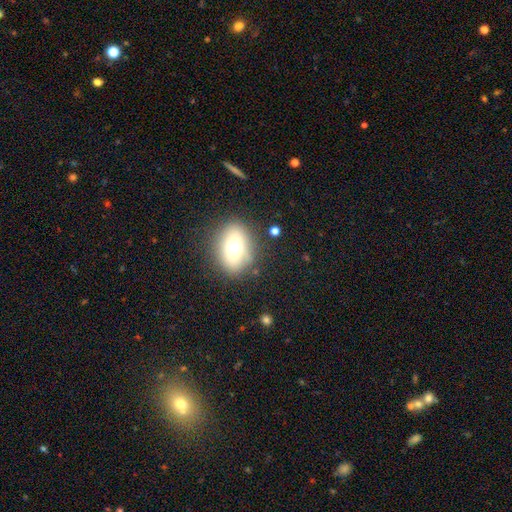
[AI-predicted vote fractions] Smooth or featured?
  - smooth: 59% *
  - featured or disk: 22%
  - star or artifact: 19%
How rounded?
  - in between: 67% *
  - round: 31%
  - cigar-shaped: 2%
Merging?
  - none: 83% *
  - minor disturbance: 10%
  - major disturbance: 4%
  - merger: 2%